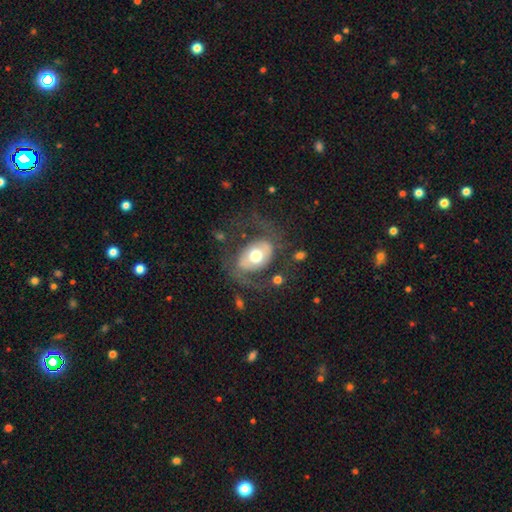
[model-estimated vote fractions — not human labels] Smooth or featured? Predicted: featured or disk (p=0.64). Edge-on disk? Predicted: no (p=0.95). Bar? Predicted: no (p=0.56). Spiral arms? Predicted: yes (p=0.63). Bulge size? Predicted: moderate (p=0.62). Merging? Predicted: none (p=0.57).